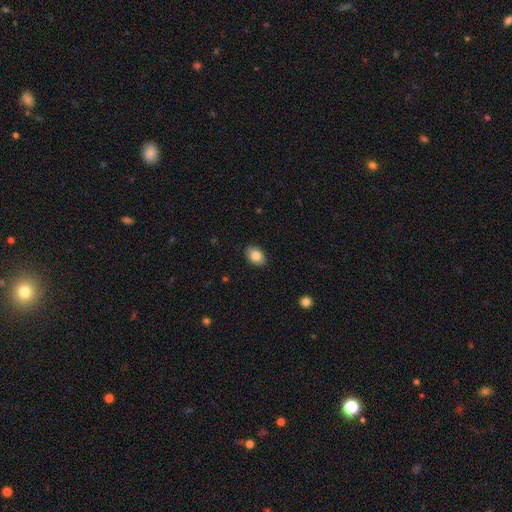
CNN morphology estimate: A smooth galaxy with no disk features (84%) that is in between round and cigar-shaped (82%).

Vote fractions:
- Smooth or featured? smooth: 84% / featured or disk: 9% / star or artifact: 8%
- How rounded? in between: 82% / round: 17% / cigar-shaped: 1%
- Merging? none: 88% / minor disturbance: 9% / major disturbance: 2% / merger: 1%